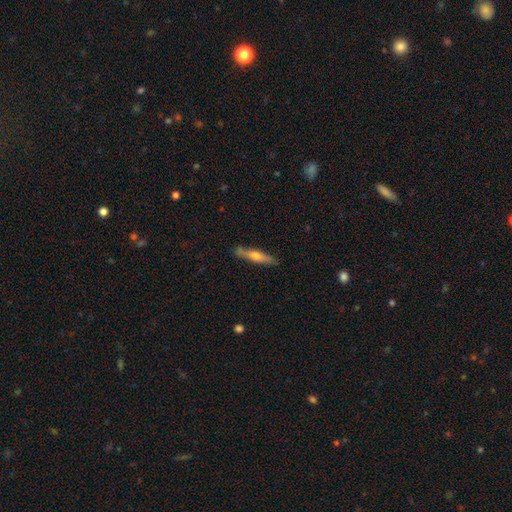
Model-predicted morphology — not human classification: Smooth or featured: featured or disk — 49% (smooth — 44%)
Merging: none — 85% (minor disturbance — 11%)